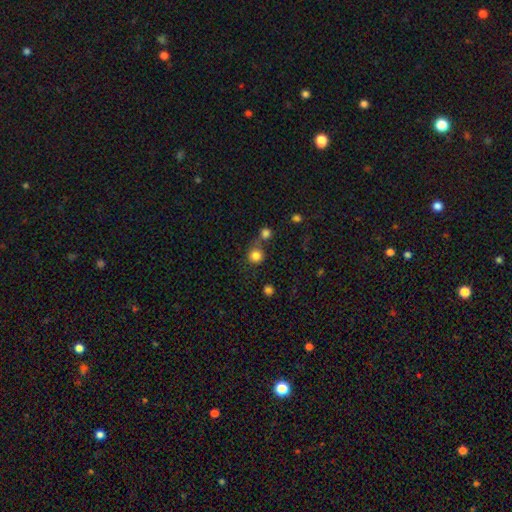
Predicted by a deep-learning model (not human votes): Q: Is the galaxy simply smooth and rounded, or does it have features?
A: smooth — 82%.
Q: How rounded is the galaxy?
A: round — 91%.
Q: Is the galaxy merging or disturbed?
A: none — 64%.